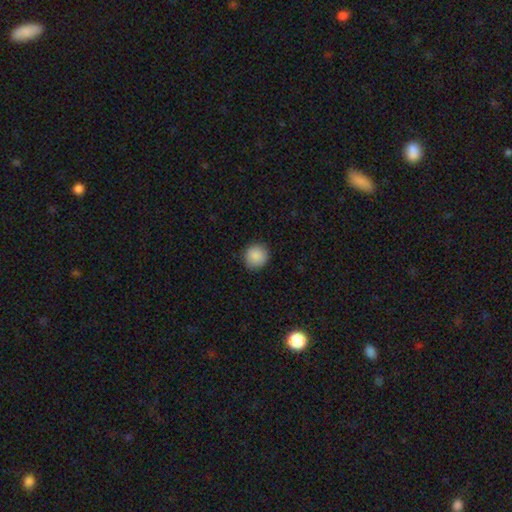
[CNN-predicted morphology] type=smooth (89%); roundness=round (91%); merging=none (90%).